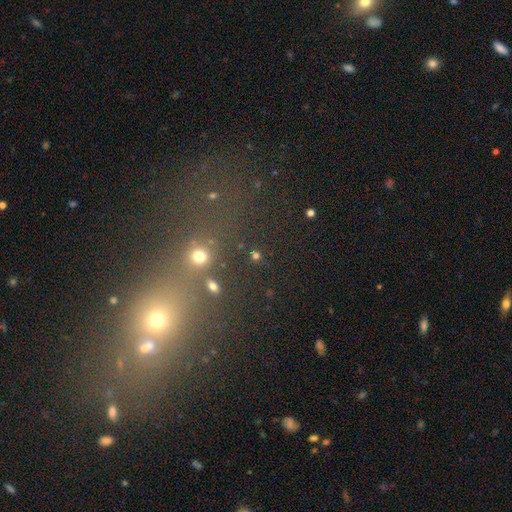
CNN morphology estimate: smooth_or_featured: smooth (p=0.73) [alt: star or artifact p=0.20]
how_rounded: round (p=0.88) [alt: in between p=0.11]
merging: none (p=0.83) [alt: merger p=0.07]